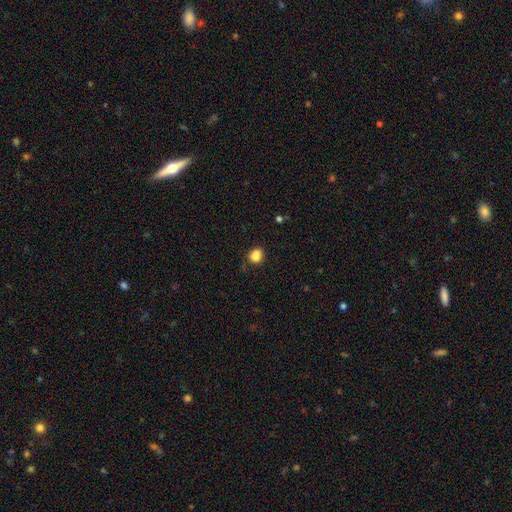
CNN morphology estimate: This appears to be a smooth galaxy with no disk features (85%) that is round (60%). Merging: none (70%).